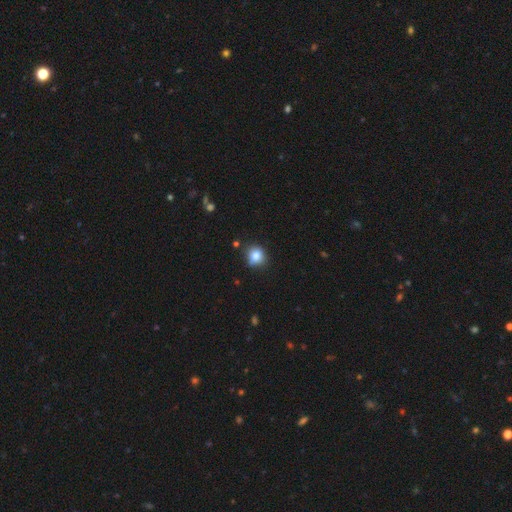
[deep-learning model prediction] smooth-or-featured: smooth: 82% | star or artifact: 11% | featured or disk: 7%
  how-rounded: round: 81% | in between: 18% | cigar-shaped: 1%
  merging: none: 78% | minor disturbance: 16% | merger: 4% | major disturbance: 3%